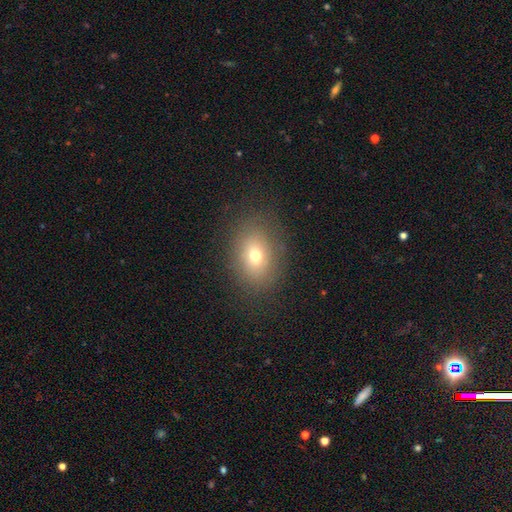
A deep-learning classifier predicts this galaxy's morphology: A smooth galaxy with no disk features (69%) that is in between round and cigar-shaped (65%).

Vote fractions:
- Smooth or featured? smooth: 69% / featured or disk: 17% / star or artifact: 14%
- How rounded? in between: 65% / round: 33% / cigar-shaped: 1%
- Merging? none: 81% / minor disturbance: 12% / major disturbance: 6% / merger: 1%